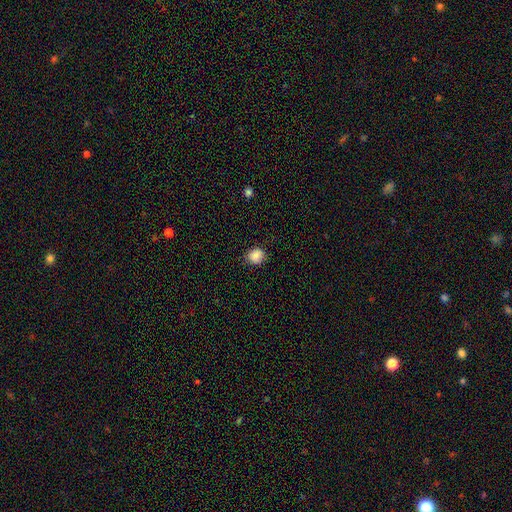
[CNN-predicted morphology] smooth 86%, star or artifact 9%, featured or disk 5%. Down the decision tree: how rounded — round (78%); merging — none (83%).